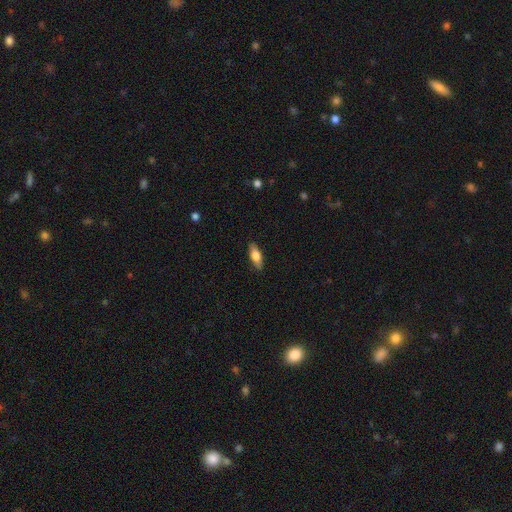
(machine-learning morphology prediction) A smooth galaxy with no disk features (66%) that is in between round and cigar-shaped (64%).

Vote fractions:
- Smooth or featured? smooth: 66% / featured or disk: 27% / star or artifact: 6%
- How rounded? in between: 64% / cigar-shaped: 34% / round: 3%
- Merging? none: 88% / minor disturbance: 9% / major disturbance: 2% / merger: 1%